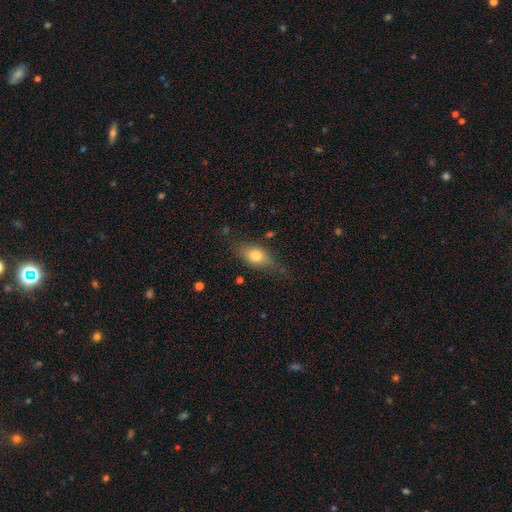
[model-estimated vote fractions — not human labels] smooth-or-featured: smooth: 73% | featured or disk: 19% | star or artifact: 8%
  how-rounded: in between: 78% | round: 13% | cigar-shaped: 8%
  merging: none: 67% | minor disturbance: 23% | major disturbance: 7% | merger: 2%